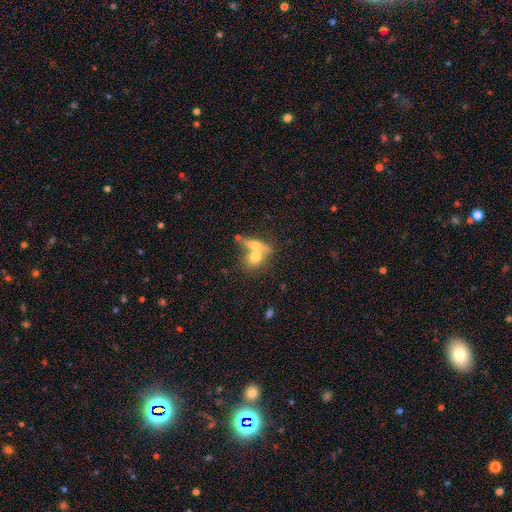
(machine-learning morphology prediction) smooth-or-featured: smooth: 63% | featured or disk: 29% | star or artifact: 8%
  how-rounded: in between: 50% | round: 34% | cigar-shaped: 15%
  merging: merger: 58% | none: 31% | minor disturbance: 7% | major disturbance: 4%